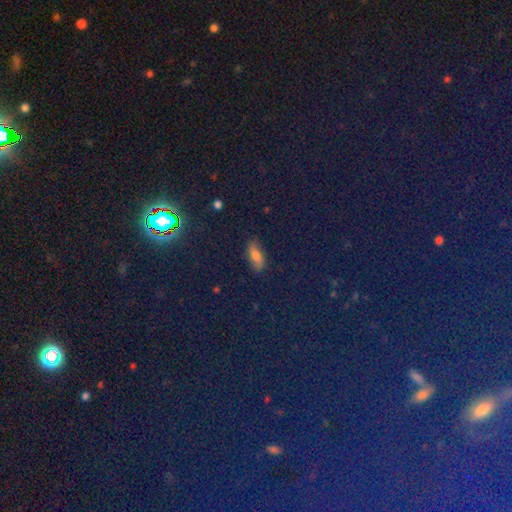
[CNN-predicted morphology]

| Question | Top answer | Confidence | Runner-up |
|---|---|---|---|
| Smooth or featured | smooth | 51% | star or artifact (29%) |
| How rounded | in between | 72% | cigar-shaped (19%) |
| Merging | none | 84% | minor disturbance (11%) |